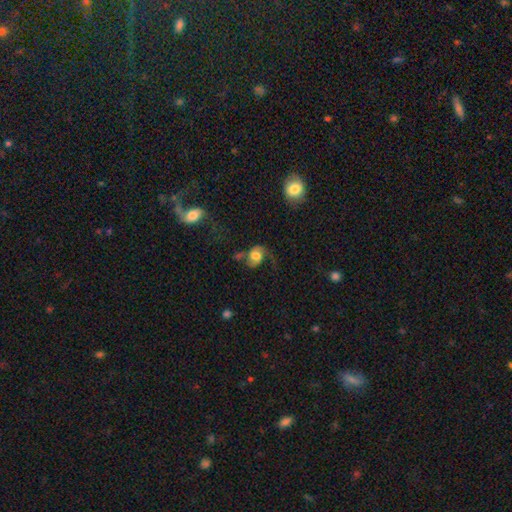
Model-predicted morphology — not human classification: Overall: featured or disk (61%; smooth 31%). Edge-on disk: no (97%). Bar: no (67%; weak 27%). Spiral arms: yes (87%). Spiral arm count: 2 (73%). Spiral winding: loose (56%; medium 34%). Bulge size: moderate (47%; large 34%). Merging: none (40%; major disturbance 30%).